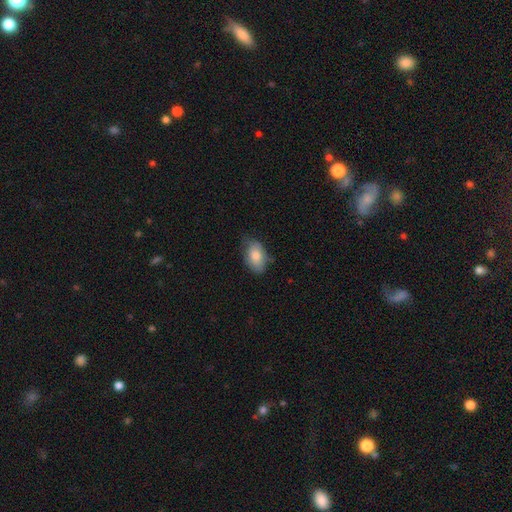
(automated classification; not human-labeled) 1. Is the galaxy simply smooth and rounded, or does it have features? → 80% smooth, 14% featured or disk, 6% star or artifact.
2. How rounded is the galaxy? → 90% in between, 8% round, 1% cigar-shaped.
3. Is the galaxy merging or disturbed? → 64% none, 29% minor disturbance, 6% major disturbance, 1% merger.